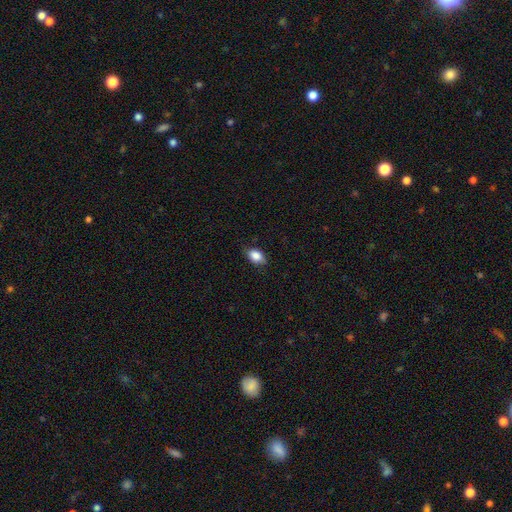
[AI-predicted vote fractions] A smooth galaxy with no disk features (85%) that is in between round and cigar-shaped (86%). Merging: none (79%).